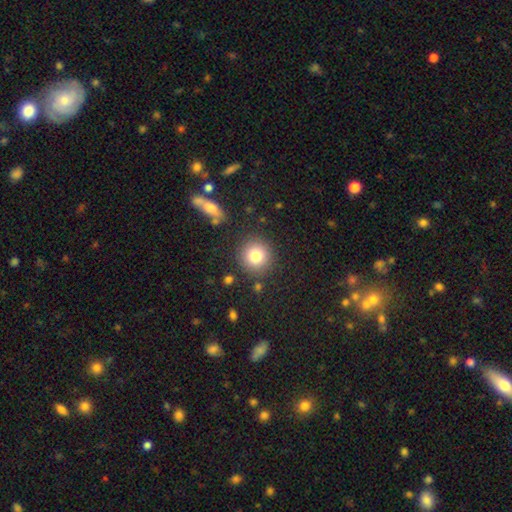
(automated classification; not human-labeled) Q: Smooth or featured?
A: smooth (80%); runner-up: star or artifact (11%)
Q: How rounded?
A: round (93%); runner-up: in between (6%)
Q: Merging?
A: none (86%); runner-up: minor disturbance (8%)